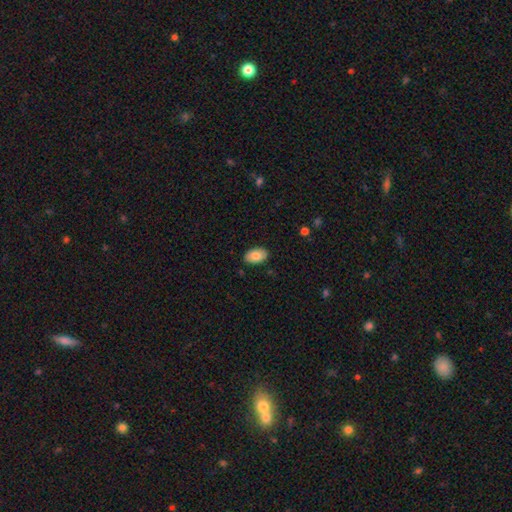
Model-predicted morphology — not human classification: The model was most divided on "smooth or featured": smooth: 83%, featured or disk: 10%, star or artifact: 7%. More confident: how rounded — in between (94%); merging — none (88%).